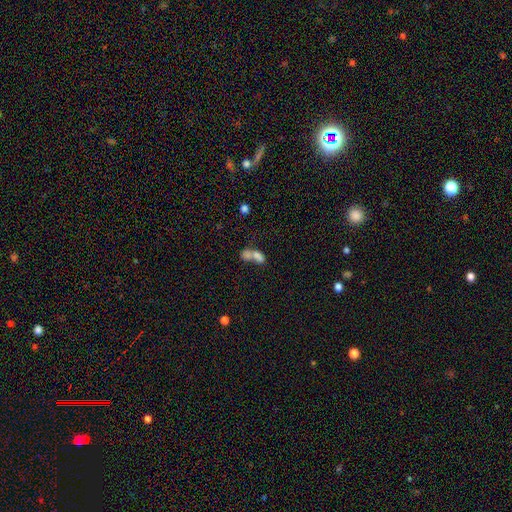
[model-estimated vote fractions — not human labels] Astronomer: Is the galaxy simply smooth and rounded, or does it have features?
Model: smooth — 72%.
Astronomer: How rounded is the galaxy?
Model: in between — 76%.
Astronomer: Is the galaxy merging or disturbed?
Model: merger — 72%.